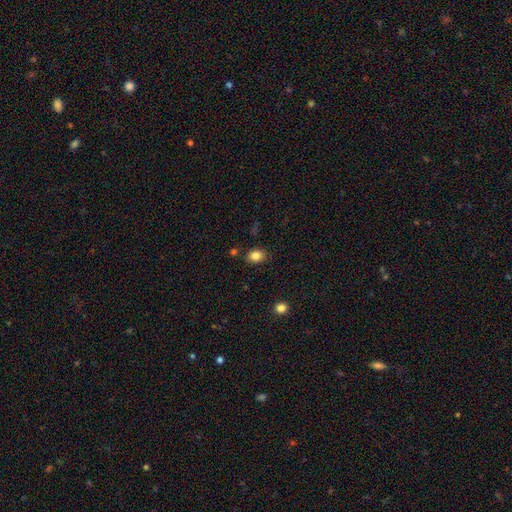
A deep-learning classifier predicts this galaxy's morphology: A smooth galaxy with no disk features (84%) that is in between round and cigar-shaped (65%).

Vote fractions:
- Smooth or featured? smooth: 84% / star or artifact: 10% / featured or disk: 6%
- How rounded? in between: 65% / round: 34% / cigar-shaped: 1%
- Merging? none: 83% / minor disturbance: 11% / merger: 3% / major disturbance: 3%